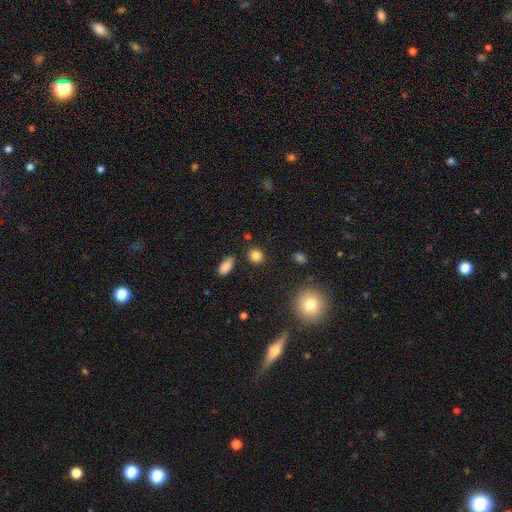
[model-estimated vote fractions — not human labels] Smooth or featured? smooth (84%)
How rounded? round (76%)
Merging? none (85%)